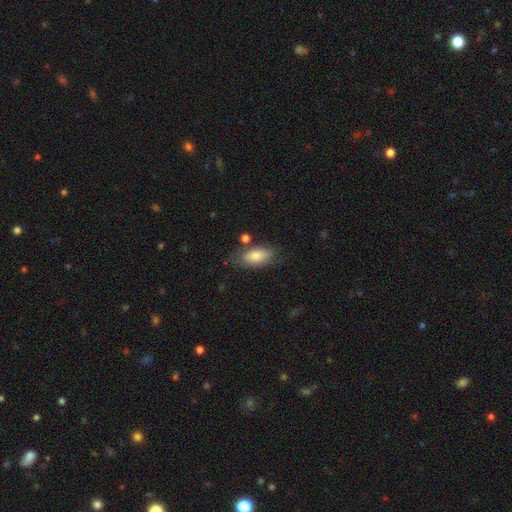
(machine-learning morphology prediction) Overall: smooth (79%). How rounded: in between (89%). Merging: none (66%).